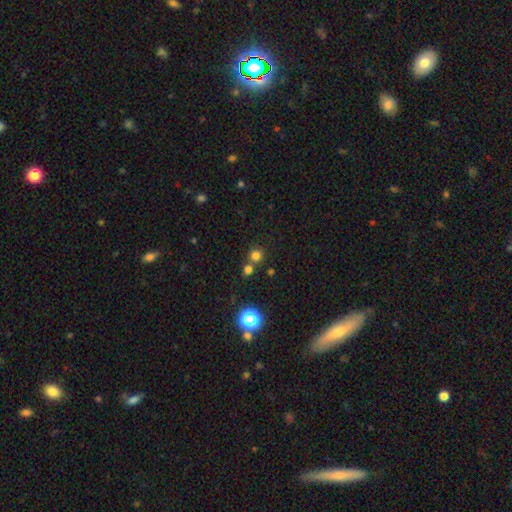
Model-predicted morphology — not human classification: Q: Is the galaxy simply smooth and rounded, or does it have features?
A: smooth — 73%.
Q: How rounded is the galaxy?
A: round — 91%.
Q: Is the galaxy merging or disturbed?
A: none — 64%.